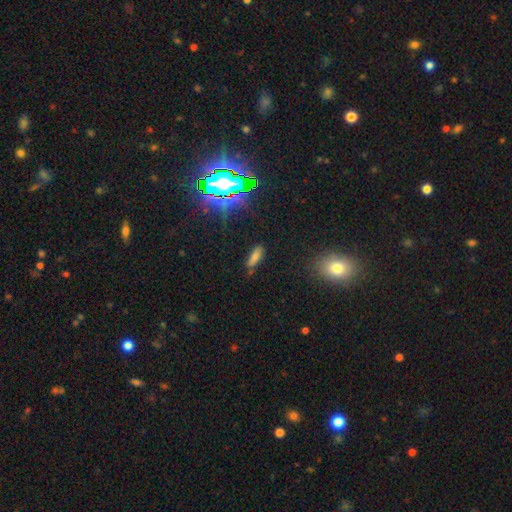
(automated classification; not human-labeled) Smooth or featured? smooth (69%)
How rounded? in between (57%)
Merging? none (73%)